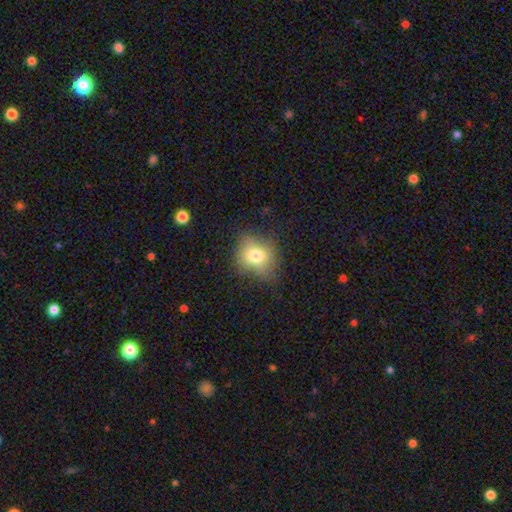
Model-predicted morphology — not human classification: smooth-or-featured: smooth: 72% | featured or disk: 14% | star or artifact: 13%
  how-rounded: round: 74% | in between: 25% | cigar-shaped: 1%
  merging: none: 72% | minor disturbance: 19% | major disturbance: 8% | merger: 2%